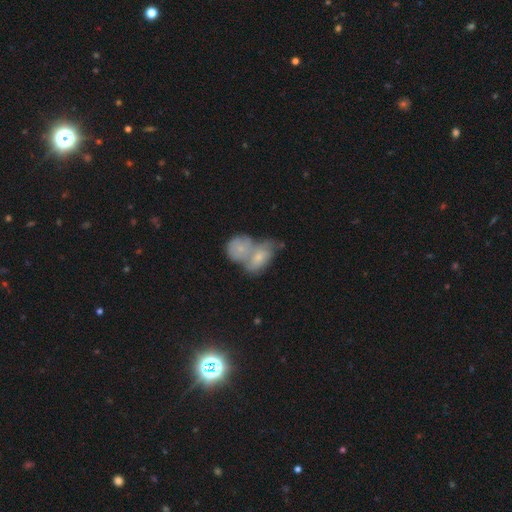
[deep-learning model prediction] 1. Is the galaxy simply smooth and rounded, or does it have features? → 46% smooth, 40% featured or disk, 14% star or artifact.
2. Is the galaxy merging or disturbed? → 68% merger, 19% none, 8% minor disturbance, 5% major disturbance.